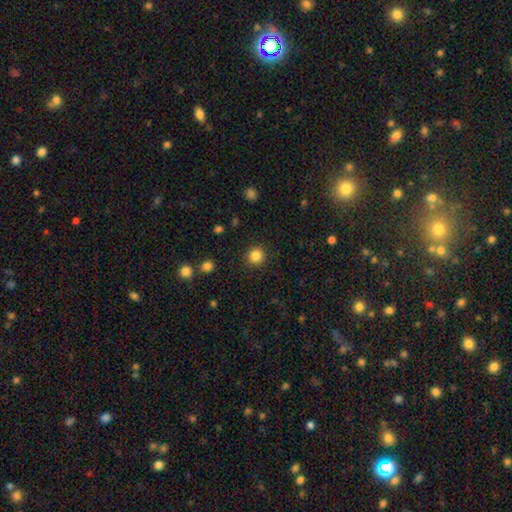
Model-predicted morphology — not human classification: type=smooth (84%); roundness=round (93%); merging=none (91%).